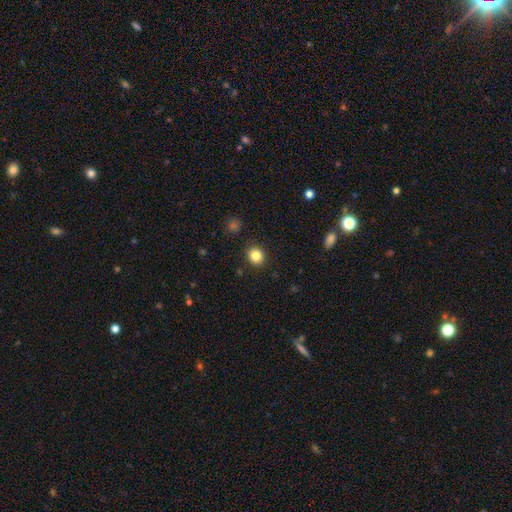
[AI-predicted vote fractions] Morphology: type=smooth (85%); roundness=round (80%); merging=none (90%).